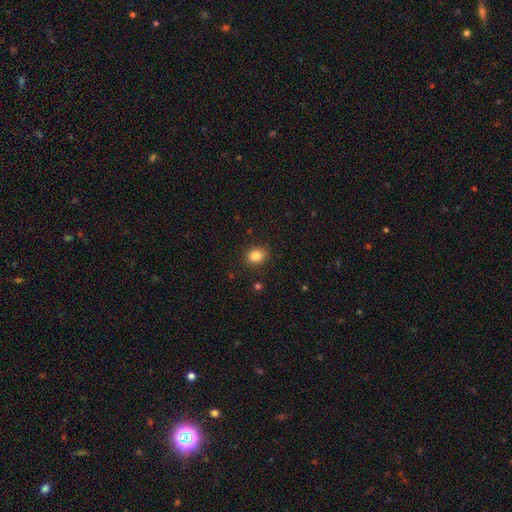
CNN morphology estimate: smooth 85%, star or artifact 10%, featured or disk 5%. Down the decision tree: how rounded — round (50%); merging — none (88%).